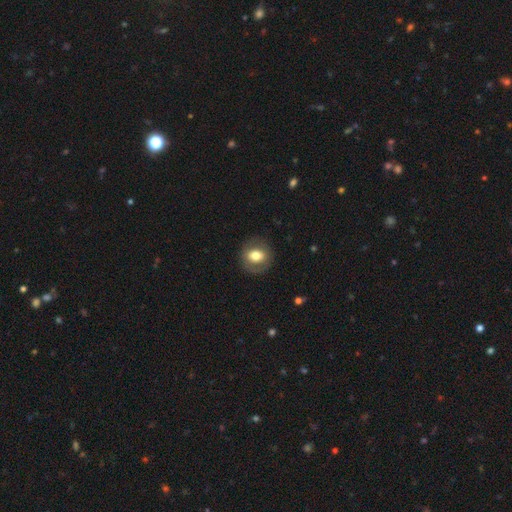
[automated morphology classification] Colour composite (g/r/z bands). It shows a smooth galaxy with no disk features (65%) that is round (65%). Merging: none (82%).